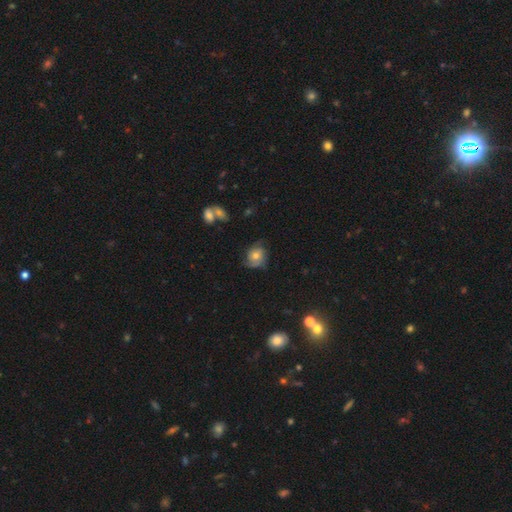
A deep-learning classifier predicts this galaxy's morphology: Overall: featured or disk (59%; smooth 33%). Edge-on disk: no (97%). Bar: no (80%). Spiral arms: yes (88%). Bulge size: moderate (60%; small 30%). Merging: none (59%; minor disturbance 26%).